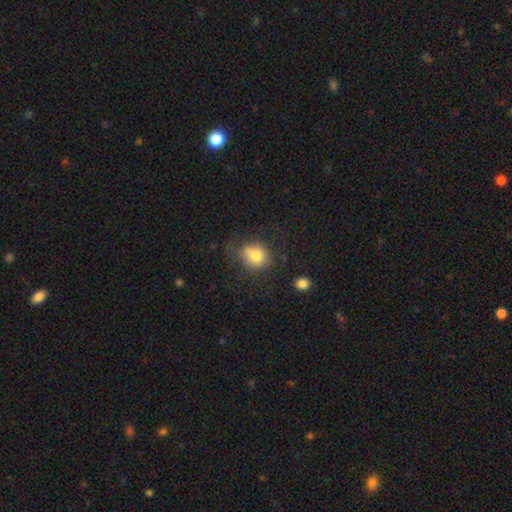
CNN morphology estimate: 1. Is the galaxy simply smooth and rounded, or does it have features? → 77% smooth, 13% featured or disk, 11% star or artifact.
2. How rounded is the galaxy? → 77% round, 22% in between, 1% cigar-shaped.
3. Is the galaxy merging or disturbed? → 60% none, 22% minor disturbance, 10% major disturbance, 8% merger.